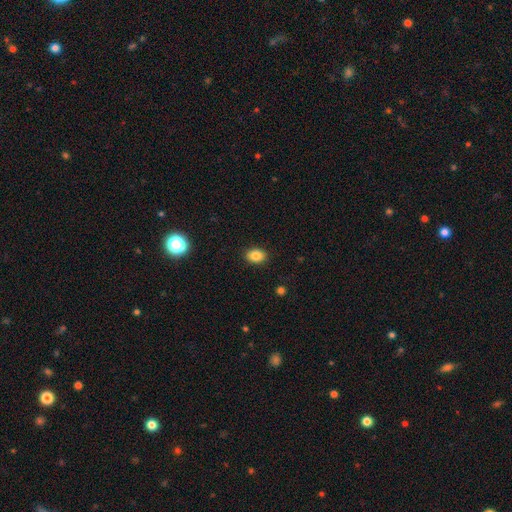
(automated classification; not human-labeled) Q: Smooth or featured?
A: smooth (85%); runner-up: star or artifact (10%)
Q: How rounded?
A: in between (74%); runner-up: round (24%)
Q: Merging?
A: none (89%); runner-up: minor disturbance (8%)